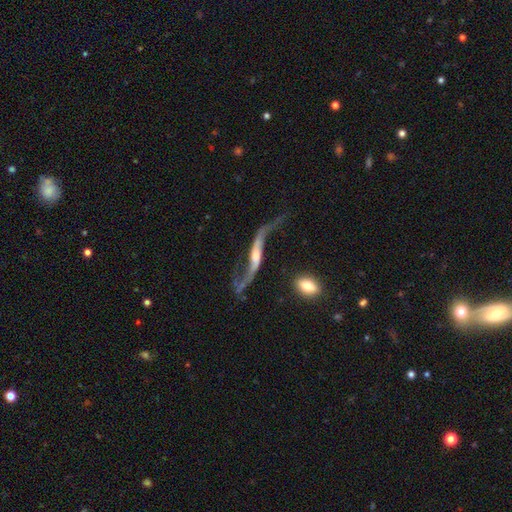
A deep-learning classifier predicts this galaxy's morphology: Q: Smooth or featured?
A: featured or disk (86%); runner-up: smooth (9%)
Q: Edge-on disk?
A: no (78%); runner-up: yes (22%)
Q: Bar?
A: no (38%); runner-up: weak (35%)
Q: Spiral arms?
A: yes (93%); runner-up: no (7%)
Q: Spiral winding?
A: loose (96%); runner-up: medium (3%)
Q: Spiral arm count?
A: 2 (92%); runner-up: 1 (3%)
Q: Bulge size?
A: moderate (31%); runner-up: small (29%)
Q: Merging?
A: none (51%); runner-up: major disturbance (23%)